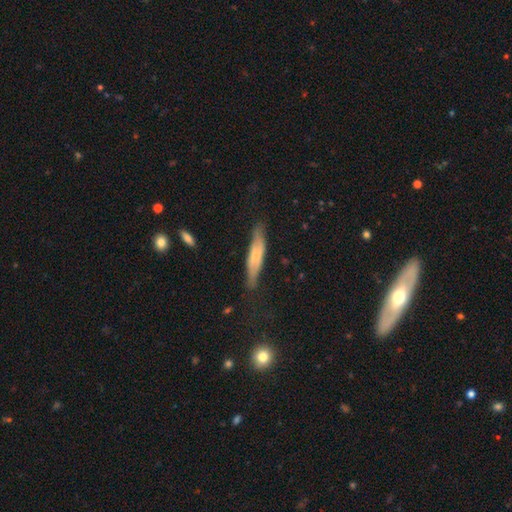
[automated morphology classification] A smooth galaxy with no disk features (54%) that is cigar-shaped (79%).

Vote fractions:
- Smooth or featured? smooth: 54% / featured or disk: 39% / star or artifact: 7%
- How rounded? cigar-shaped: 79% / in between: 19% / round: 2%
- Merging? none: 73% / minor disturbance: 20% / major disturbance: 5% / merger: 2%